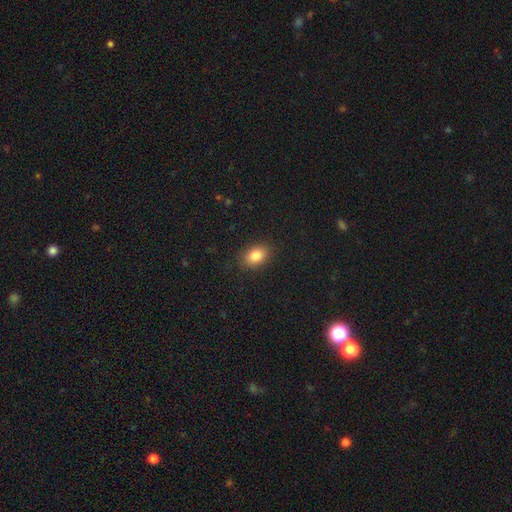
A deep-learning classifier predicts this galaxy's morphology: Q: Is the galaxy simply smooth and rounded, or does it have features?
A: smooth — 84%.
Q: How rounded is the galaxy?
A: in between — 81%.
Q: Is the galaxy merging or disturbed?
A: none — 87%.